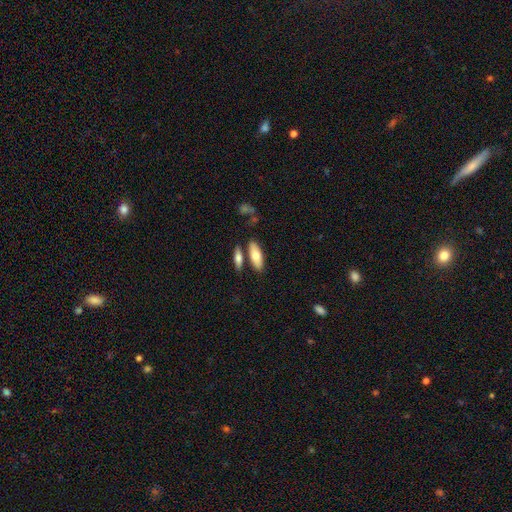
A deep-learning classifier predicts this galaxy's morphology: A smooth galaxy with no disk features (73%) that is in between round and cigar-shaped (73%). Merging: none (69%).